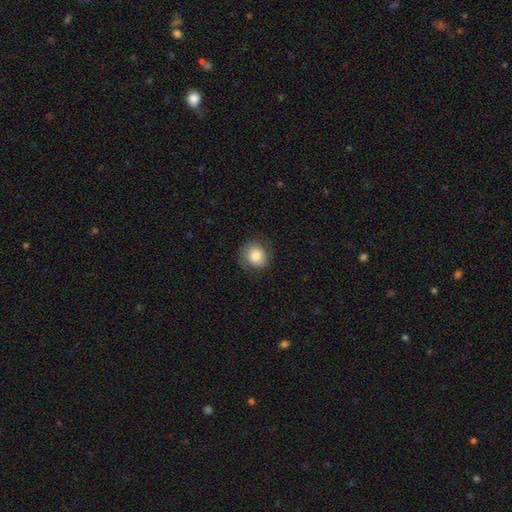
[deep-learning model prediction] smooth-or-featured: smooth: 81% | featured or disk: 11% | star or artifact: 8%
  how-rounded: round: 84% | in between: 15% | cigar-shaped: 1%
  merging: none: 79% | minor disturbance: 15% | major disturbance: 5% | merger: 1%